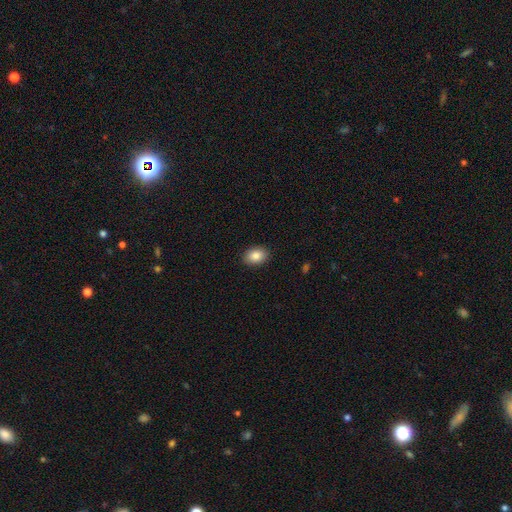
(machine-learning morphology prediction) Smooth or featured?
  - smooth: 87% *
  - star or artifact: 8%
  - featured or disk: 6%
How rounded?
  - in between: 79% *
  - round: 20%
  - cigar-shaped: 1%
Merging?
  - none: 90% *
  - minor disturbance: 7%
  - major disturbance: 2%
  - merger: 1%